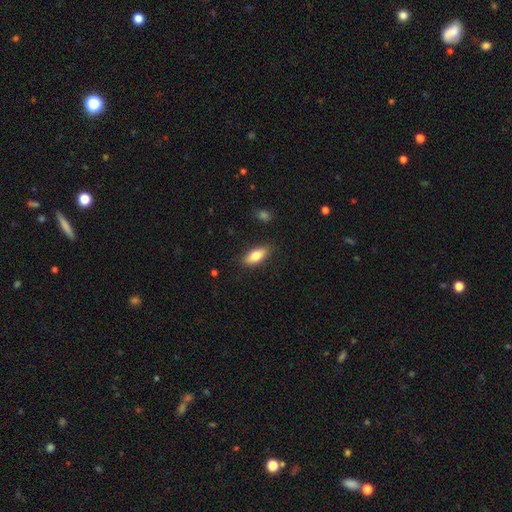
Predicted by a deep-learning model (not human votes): smooth-or-featured: smooth: 79% | featured or disk: 14% | star or artifact: 7%
  how-rounded: in between: 81% | cigar-shaped: 17% | round: 3%
  merging: none: 85% | minor disturbance: 11% | major disturbance: 3% | merger: 1%